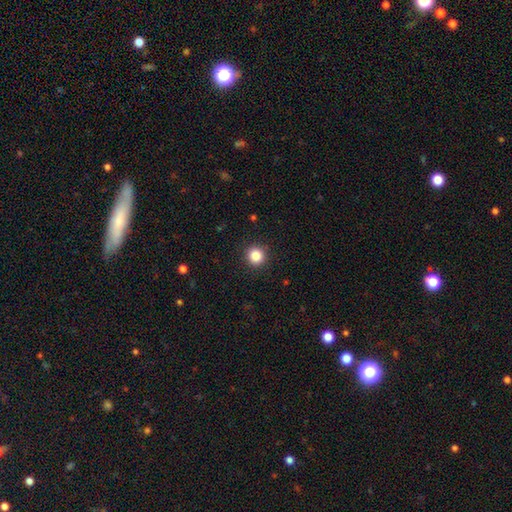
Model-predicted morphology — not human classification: smooth-or-featured: smooth: 85% | star or artifact: 11% | featured or disk: 4%
  how-rounded: round: 94% | in between: 5% | cigar-shaped: 1%
  merging: none: 92% | minor disturbance: 5% | major disturbance: 2% | merger: 1%